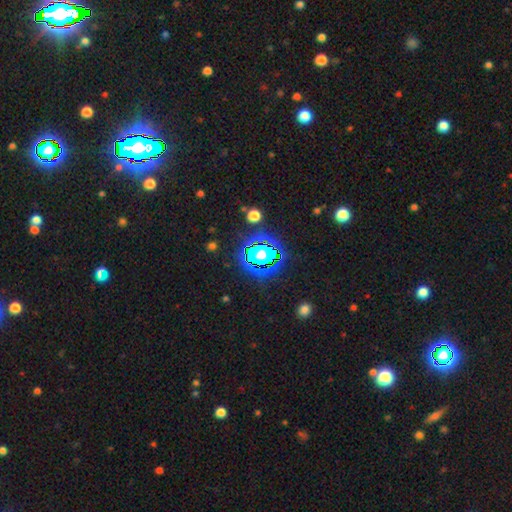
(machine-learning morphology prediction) type=star or artifact (76%).